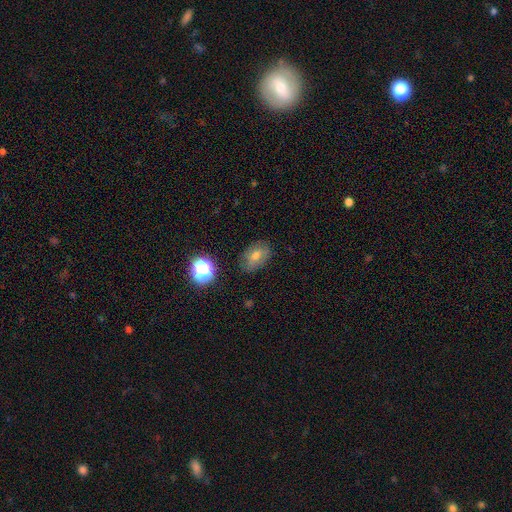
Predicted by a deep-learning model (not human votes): Smooth or featured?
  - smooth: 59% *
  - featured or disk: 24%
  - star or artifact: 16%
How rounded?
  - in between: 77% *
  - round: 22%
  - cigar-shaped: 2%
Merging?
  - none: 80% *
  - minor disturbance: 15%
  - major disturbance: 4%
  - merger: 2%